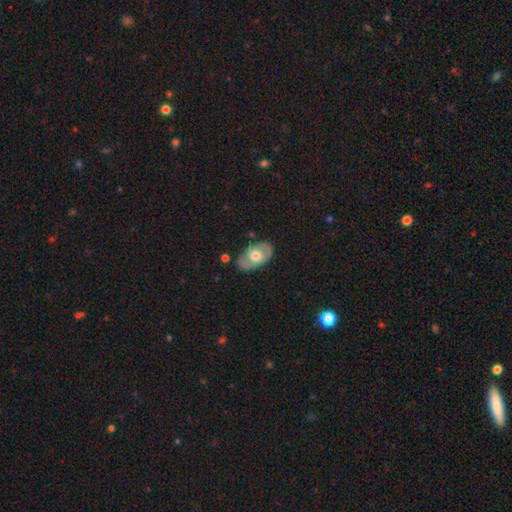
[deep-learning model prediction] Morphology: type=featured or disk (48%); merging=none (75%).